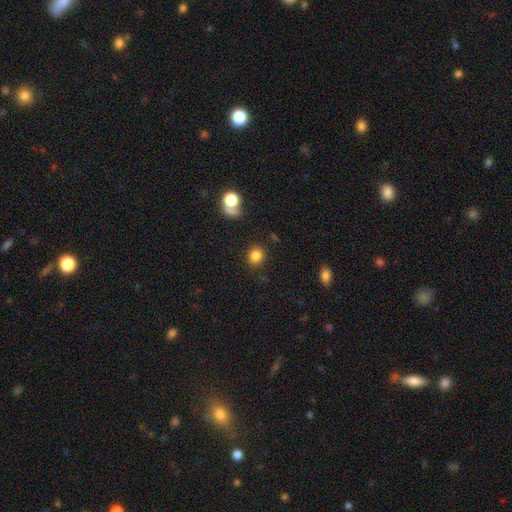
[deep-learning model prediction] A smooth galaxy with no disk features (83%) that is round (82%).

Vote fractions:
- Smooth or featured? smooth: 83% / star or artifact: 11% / featured or disk: 5%
- How rounded? round: 82% / in between: 17% / cigar-shaped: 1%
- Merging? none: 87% / minor disturbance: 8% / major disturbance: 3% / merger: 2%